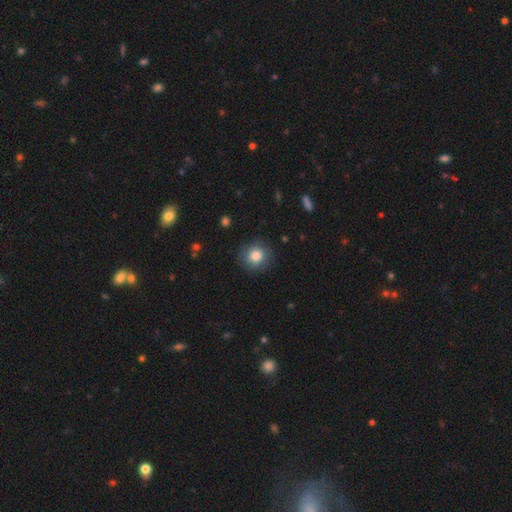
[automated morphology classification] This appears to be a smooth galaxy with no disk features (80%) that is round (92%). Merging: none (84%).